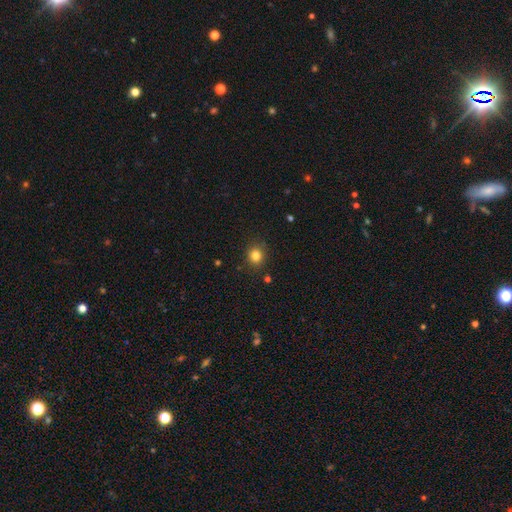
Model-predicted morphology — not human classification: Overall: smooth (81%). How rounded: round (83%). Merging: none (87%).